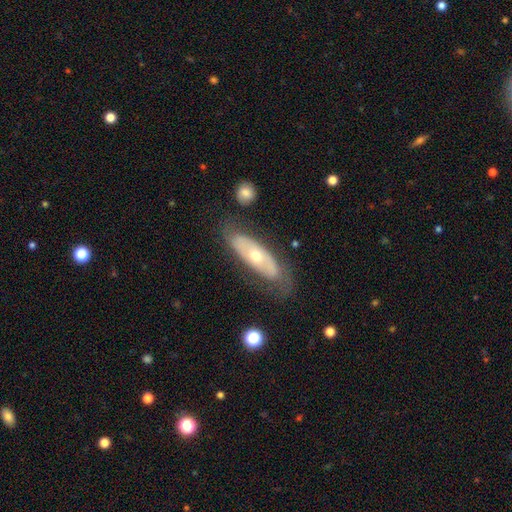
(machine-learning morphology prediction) This appears to be a featured or disk galaxy (59%). Merging: none (72%).